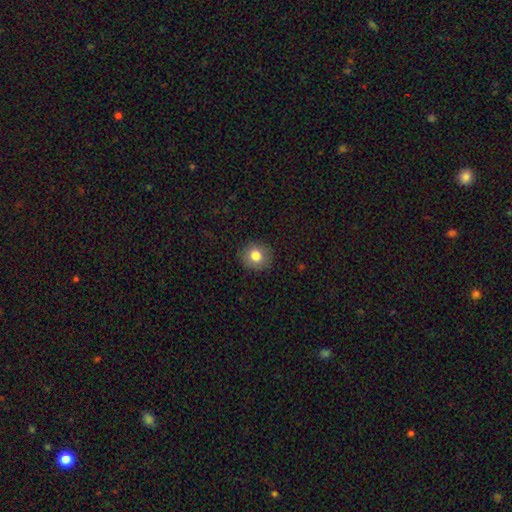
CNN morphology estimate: smooth 81%, star or artifact 10%, featured or disk 9%. Down the decision tree: how rounded — round (83%); merging — none (89%).